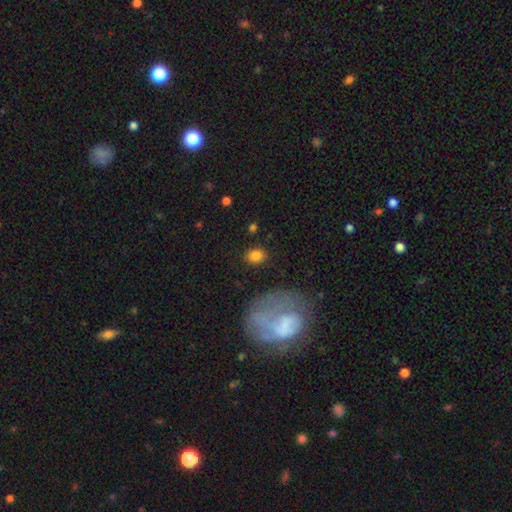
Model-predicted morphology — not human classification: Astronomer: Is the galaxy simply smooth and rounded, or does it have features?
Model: smooth — 84%.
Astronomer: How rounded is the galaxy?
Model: in between — 62%.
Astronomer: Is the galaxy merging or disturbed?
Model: none — 84%.